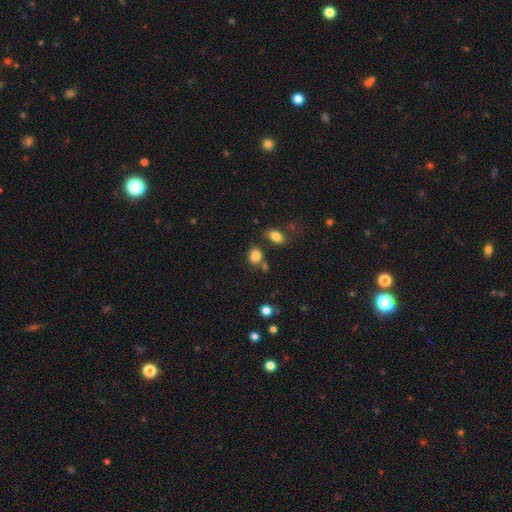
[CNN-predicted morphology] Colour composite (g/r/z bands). It shows a smooth galaxy with no disk features (82%) that is round (54%). Merging: none (60%).